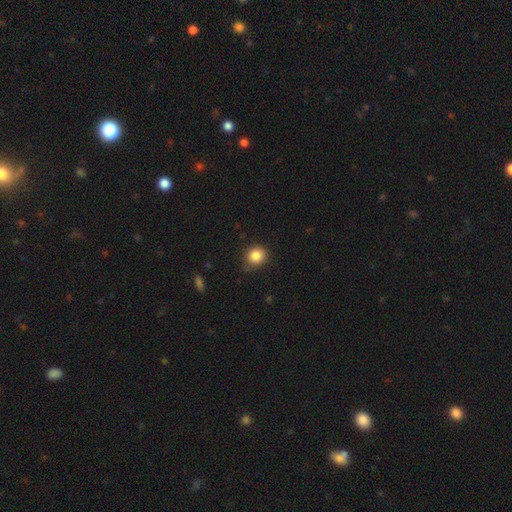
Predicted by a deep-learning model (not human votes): Overall: smooth (85%). How rounded: round (86%). Merging: none (81%).